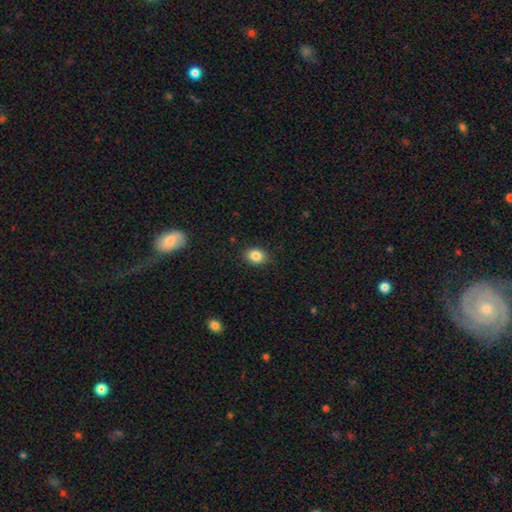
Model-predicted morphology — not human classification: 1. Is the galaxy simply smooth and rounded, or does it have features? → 85% smooth, 9% star or artifact, 6% featured or disk.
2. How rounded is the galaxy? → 56% in between, 43% round, 1% cigar-shaped.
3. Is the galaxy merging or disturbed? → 87% none, 10% minor disturbance, 2% major disturbance, 1% merger.